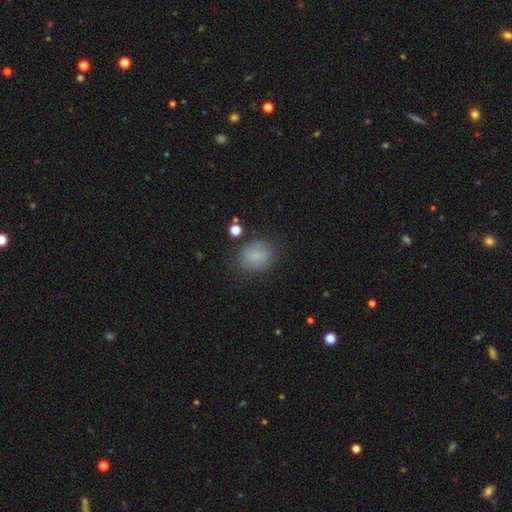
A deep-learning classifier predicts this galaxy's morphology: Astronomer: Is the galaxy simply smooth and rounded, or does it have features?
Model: smooth — 79%.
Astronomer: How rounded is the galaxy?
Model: round — 64%.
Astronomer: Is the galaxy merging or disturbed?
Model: none — 78%.